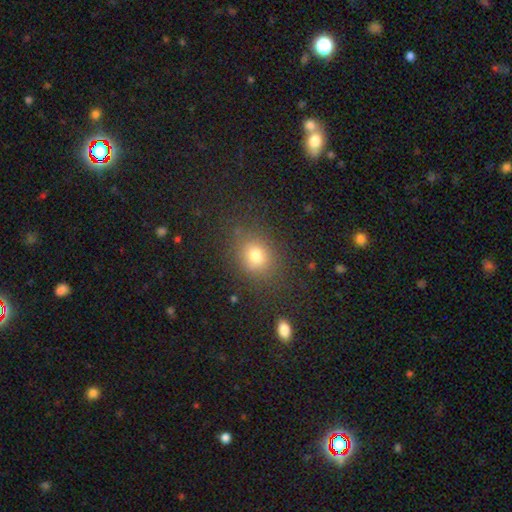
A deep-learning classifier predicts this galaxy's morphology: smooth 76%, star or artifact 15%, featured or disk 9%. Down the decision tree: how rounded — round (61%); merging — none (80%).